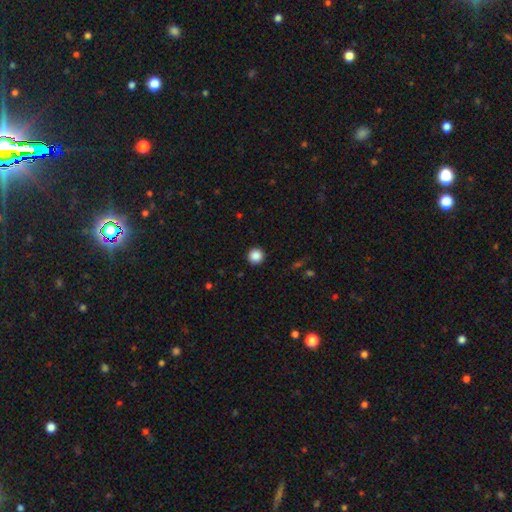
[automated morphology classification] smooth-or-featured: smooth: 87% | star or artifact: 10% | featured or disk: 3%
  how-rounded: round: 96% | in between: 3% | cigar-shaped: 1%
  merging: none: 93% | minor disturbance: 4% | major disturbance: 2% | merger: 1%